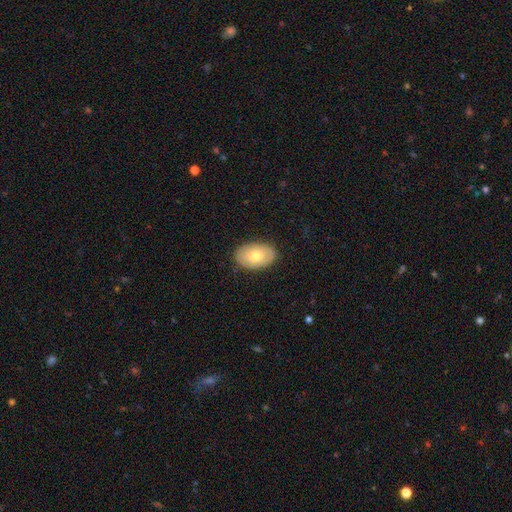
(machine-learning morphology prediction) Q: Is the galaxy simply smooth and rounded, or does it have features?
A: smooth — 69%.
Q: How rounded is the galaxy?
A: in between — 90%.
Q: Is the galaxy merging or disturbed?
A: none — 86%.